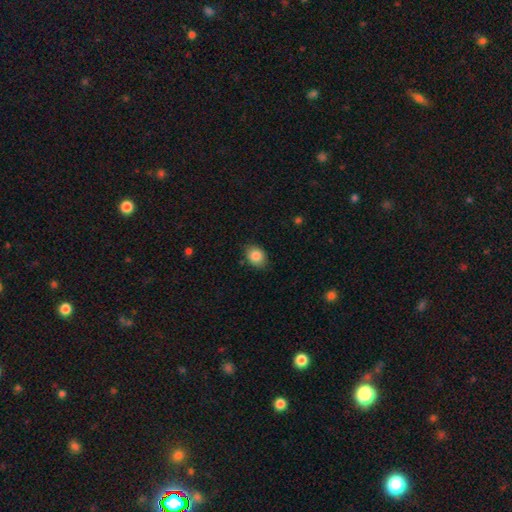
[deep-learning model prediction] The model was most divided on "how rounded": in between: 66%, round: 33%, cigar-shaped: 1%. More confident: smooth or featured — smooth (85%); merging — none (83%).